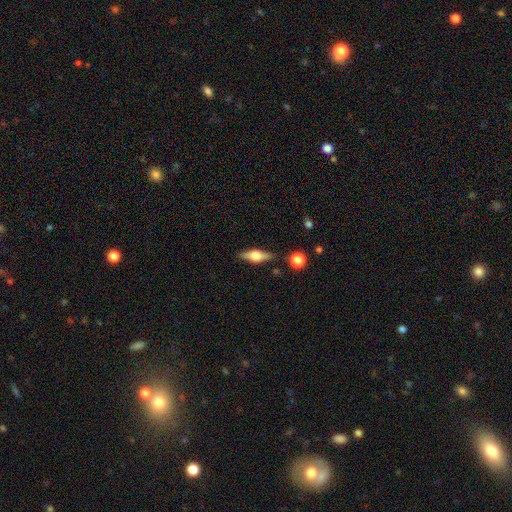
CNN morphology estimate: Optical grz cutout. It shows a featured or disk galaxy (55%) viewed edge-on (93%) with a rounded central bulge (91%). Merging: none (82%).